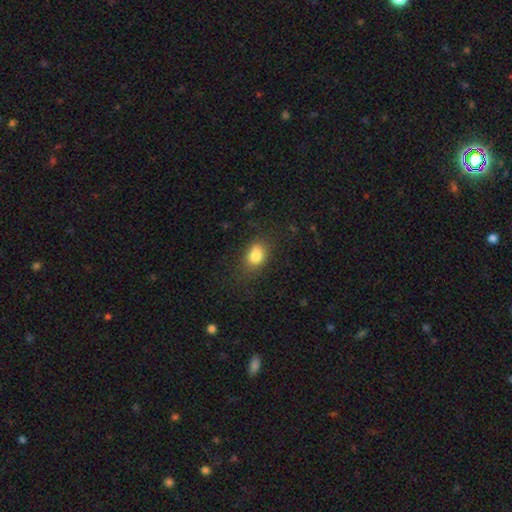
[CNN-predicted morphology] Smooth or featured?
  - smooth: 82% *
  - star or artifact: 10%
  - featured or disk: 8%
How rounded?
  - in between: 69% *
  - round: 29%
  - cigar-shaped: 2%
Merging?
  - none: 75% *
  - minor disturbance: 17%
  - major disturbance: 7%
  - merger: 1%